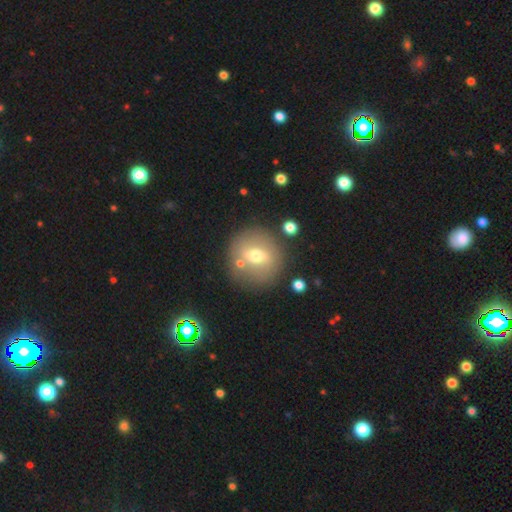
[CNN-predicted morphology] Smooth or featured? Predicted: smooth (p=0.54). How rounded? Predicted: round (p=0.89). Merging? Predicted: none (p=0.80).